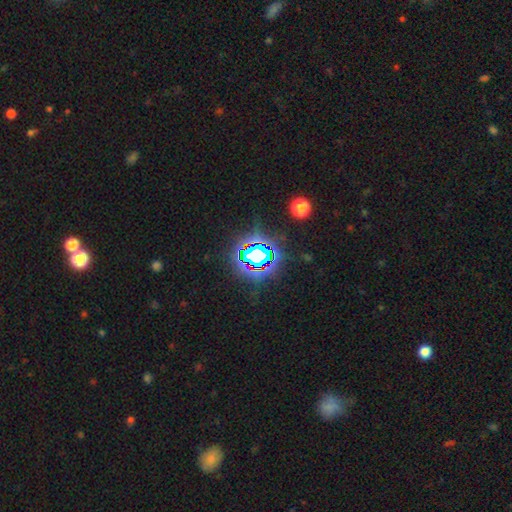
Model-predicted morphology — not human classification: Q: Smooth or featured?
A: star or artifact (74%); runner-up: smooth (15%)